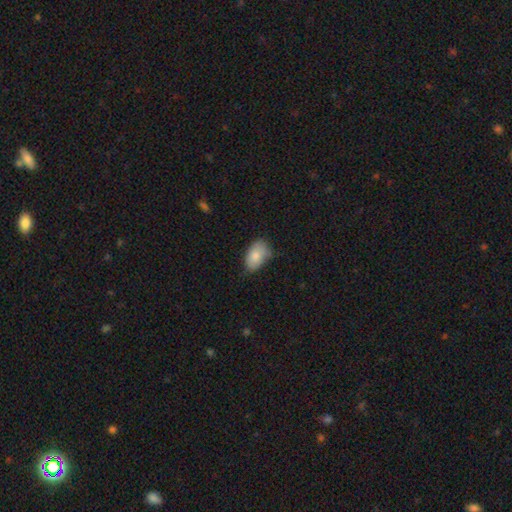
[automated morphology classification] Smooth or featured? Predicted: smooth (p=0.83). How rounded? Predicted: in between (p=0.92). Merging? Predicted: none (p=0.62).